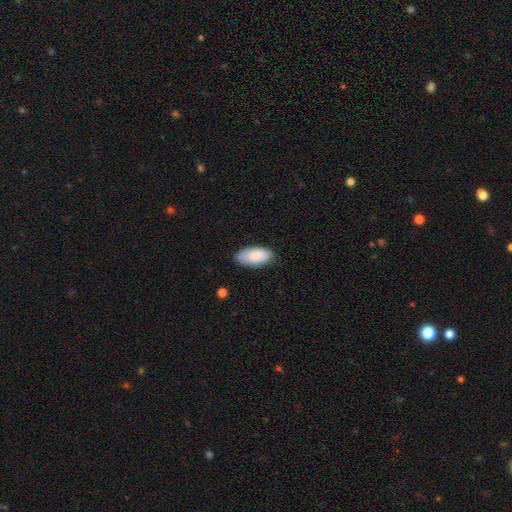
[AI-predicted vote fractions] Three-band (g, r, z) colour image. It shows a smooth galaxy with no disk features (87%) that is in between round and cigar-shaped (94%). Merging: none (82%).